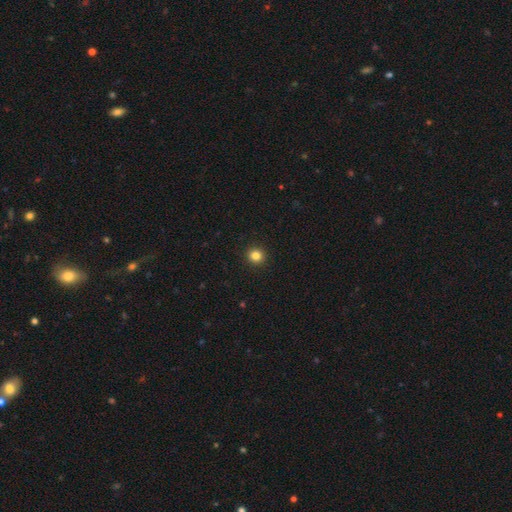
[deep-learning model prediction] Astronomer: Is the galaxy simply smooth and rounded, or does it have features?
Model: smooth — 83%.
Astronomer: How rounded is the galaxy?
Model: round — 88%.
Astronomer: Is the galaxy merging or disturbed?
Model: none — 93%.